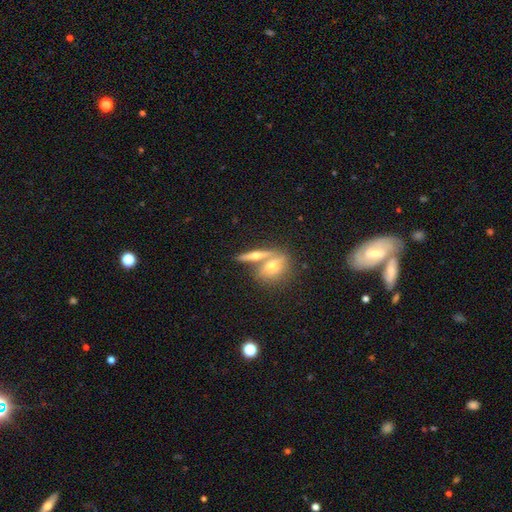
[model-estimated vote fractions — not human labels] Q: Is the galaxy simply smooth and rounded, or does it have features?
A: featured or disk — 49%.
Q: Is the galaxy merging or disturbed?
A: none — 54%.